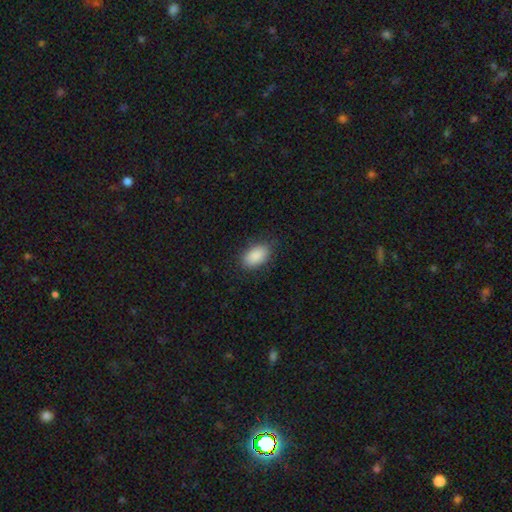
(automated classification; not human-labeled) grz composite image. It shows a smooth galaxy with no disk features (89%) that is in between round and cigar-shaped (92%). Merging: none (83%).